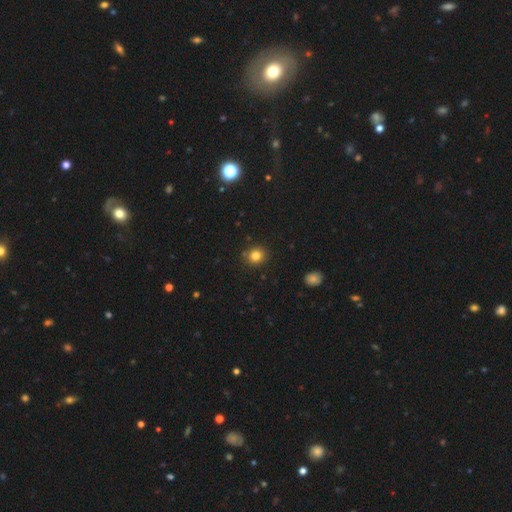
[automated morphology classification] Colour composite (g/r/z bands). It shows a smooth galaxy with no disk features (81%) that is round (86%). Merging: none (88%).